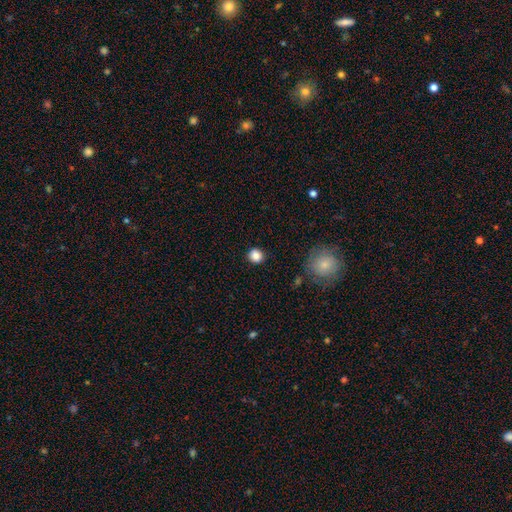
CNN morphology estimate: type=smooth (86%); roundness=round (86%); merging=none (90%).